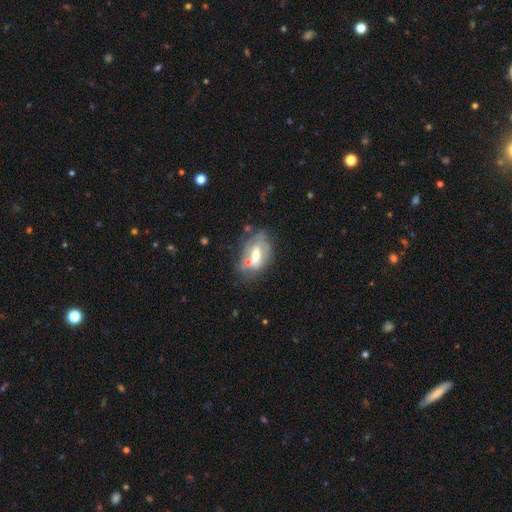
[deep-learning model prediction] Smooth or featured? Predicted: featured or disk (p=0.59). Edge-on disk? Predicted: no (p=0.92). Bar? Predicted: weak (p=0.39). Spiral arms? Predicted: no (p=0.57). Bulge size? Predicted: moderate (p=0.56). Merging? Predicted: none (p=0.43).